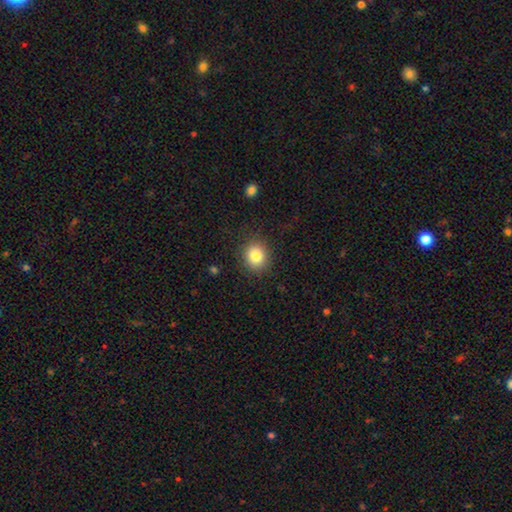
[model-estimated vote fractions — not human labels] smooth 84%, star or artifact 10%, featured or disk 6%. Down the decision tree: how rounded — round (78%); merging — none (87%).